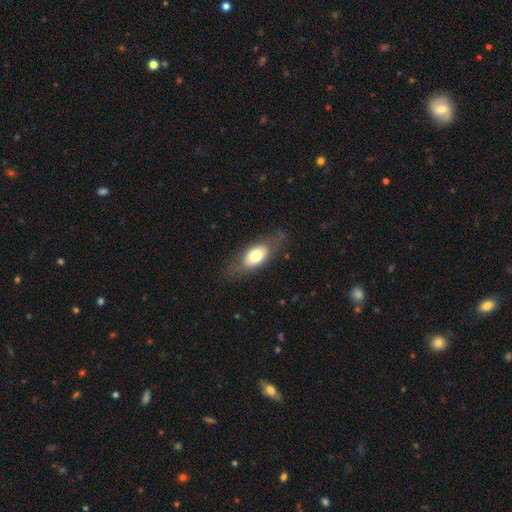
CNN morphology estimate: smooth_or_featured: smooth (p=0.67) [alt: featured or disk p=0.27]
how_rounded: in between (p=0.83) [alt: cigar-shaped p=0.11]
merging: none (p=0.74) [alt: minor disturbance p=0.17]